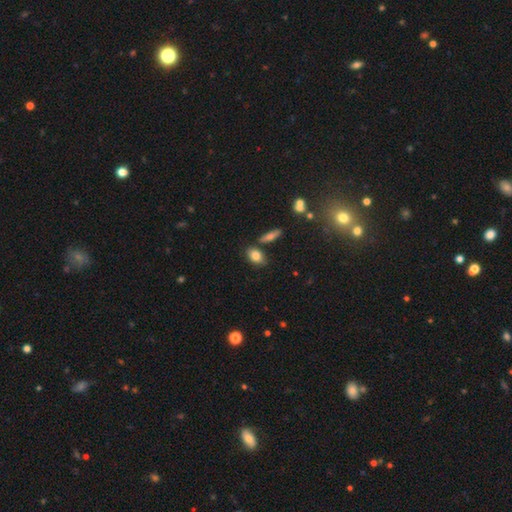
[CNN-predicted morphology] A smooth galaxy with no disk features (81%) that is in between round and cigar-shaped (84%).

Vote fractions:
- Smooth or featured? smooth: 81% / featured or disk: 10% / star or artifact: 8%
- How rounded? in between: 84% / round: 12% / cigar-shaped: 4%
- Merging? none: 73% / minor disturbance: 14% / merger: 10% / major disturbance: 3%